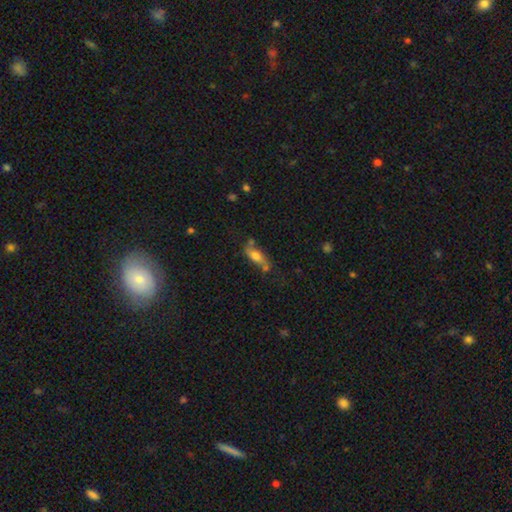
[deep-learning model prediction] Smooth or featured?
  - smooth: 62% *
  - featured or disk: 30%
  - star or artifact: 8%
How rounded?
  - in between: 67% *
  - cigar-shaped: 28%
  - round: 4%
Merging?
  - none: 51% *
  - minor disturbance: 23%
  - merger: 18%
  - major disturbance: 9%